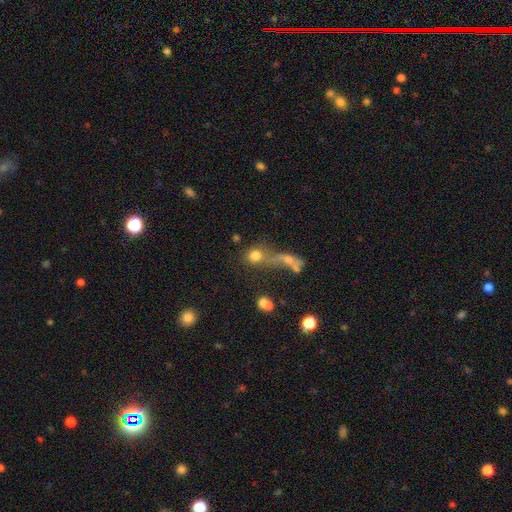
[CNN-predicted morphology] smooth 73%, star or artifact 14%, featured or disk 13%. Down the decision tree: how rounded — round (77%); merging — merger (42%).